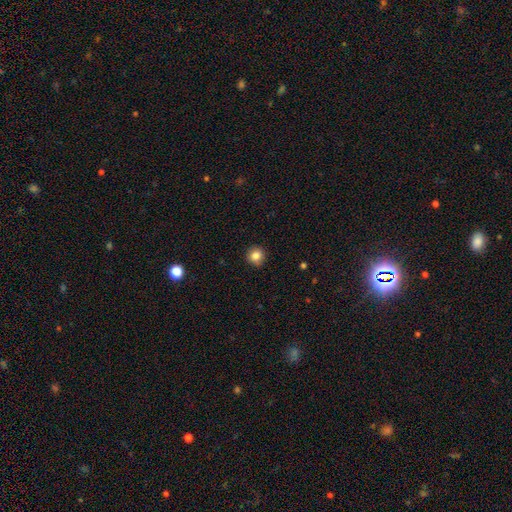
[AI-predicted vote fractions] A smooth galaxy with no disk features (84%) that is round (92%). Merging: none (90%).